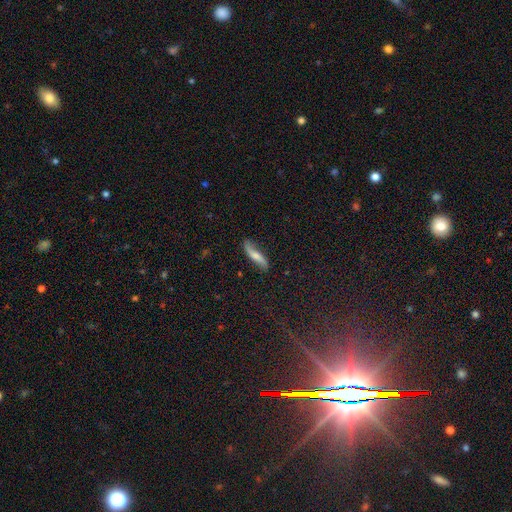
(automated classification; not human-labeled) smooth_or_featured: featured or disk (p=0.52) [alt: smooth p=0.41]
disk_edge_on: no (p=0.60) [alt: yes p=0.40]
merging: none (p=0.74) [alt: minor disturbance p=0.19]